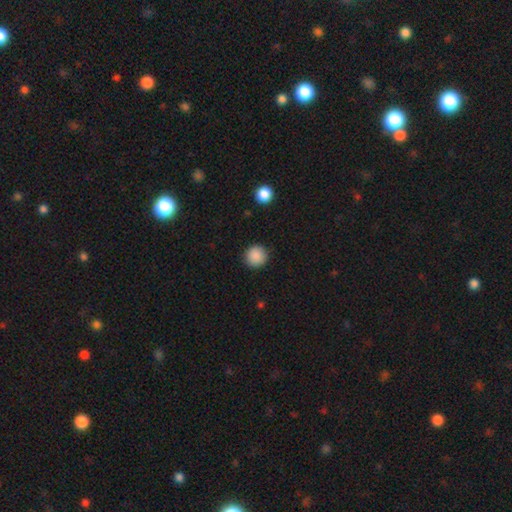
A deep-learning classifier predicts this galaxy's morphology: A smooth galaxy with no disk features (89%) that is round (95%).

Vote fractions:
- Smooth or featured? smooth: 89% / star or artifact: 9% / featured or disk: 3%
- How rounded? round: 95% / in between: 4% / cigar-shaped: 1%
- Merging? none: 92% / minor disturbance: 5% / major disturbance: 2% / merger: 1%